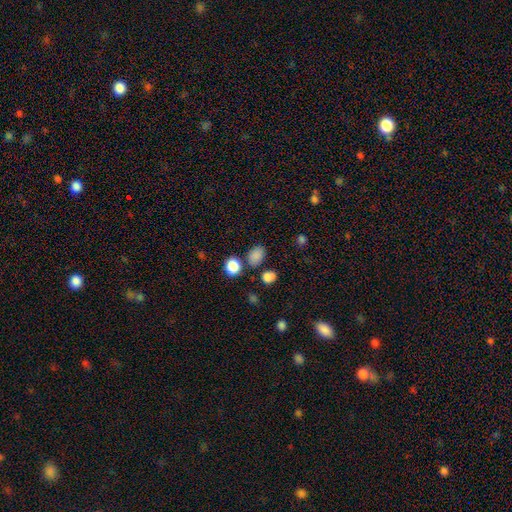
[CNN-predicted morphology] Overall: smooth (82%). How rounded: in between (72%). Merging: none (76%).